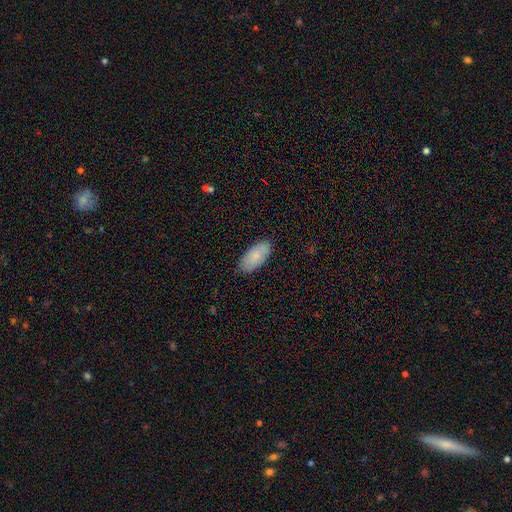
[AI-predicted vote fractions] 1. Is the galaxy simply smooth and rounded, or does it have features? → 83% smooth, 11% featured or disk, 6% star or artifact.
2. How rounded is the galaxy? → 92% in between, 6% cigar-shaped, 2% round.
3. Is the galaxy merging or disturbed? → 87% none, 10% minor disturbance, 2% major disturbance, 1% merger.